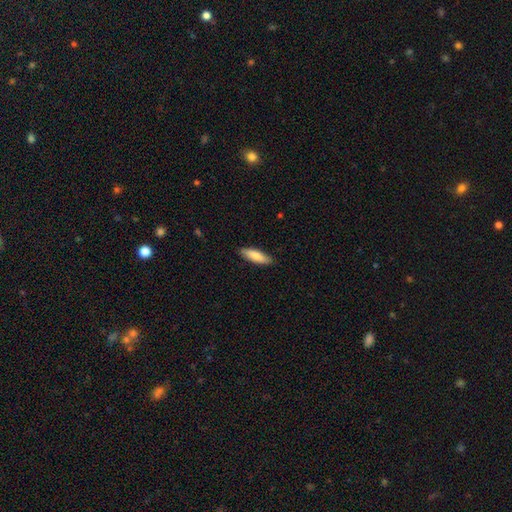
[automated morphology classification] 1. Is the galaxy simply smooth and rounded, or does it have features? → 80% smooth, 15% featured or disk, 5% star or artifact.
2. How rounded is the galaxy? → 52% cigar-shaped, 47% in between, 2% round.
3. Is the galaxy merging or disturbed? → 87% none, 10% minor disturbance, 2% major disturbance, 1% merger.